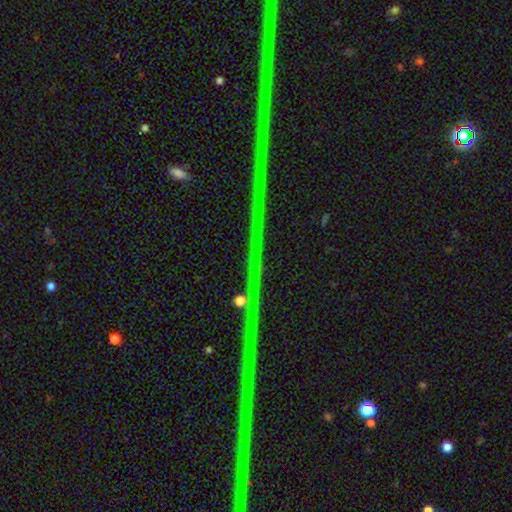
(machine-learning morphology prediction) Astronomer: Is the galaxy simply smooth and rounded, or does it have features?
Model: star or artifact — 89%.